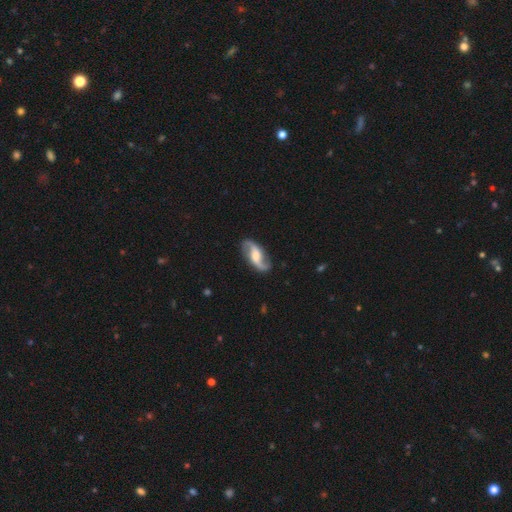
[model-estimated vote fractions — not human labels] Smooth or featured? Predicted: featured or disk (p=0.88). Edge-on disk? Predicted: no (p=0.96). Bar? Predicted: weak (p=0.43). Spiral arms? Predicted: yes (p=0.97). Spiral winding? Predicted: loose (p=0.68). Spiral arm count? Predicted: 2 (p=0.94). Bulge size? Predicted: moderate (p=0.47). Merging? Predicted: none (p=0.85).